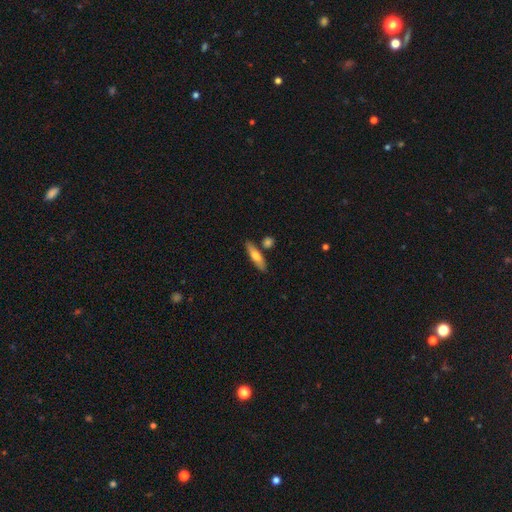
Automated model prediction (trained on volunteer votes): Smooth or featured? smooth (63%)
How rounded? cigar-shaped (70%)
Merging? none (79%)